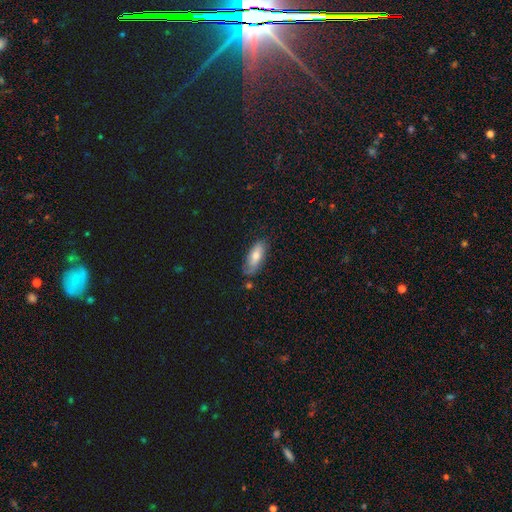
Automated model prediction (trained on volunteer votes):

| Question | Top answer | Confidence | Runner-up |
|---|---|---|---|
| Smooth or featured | smooth | 64% | featured or disk (28%) |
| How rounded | in between | 77% | cigar-shaped (21%) |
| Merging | none | 69% | minor disturbance (23%) |